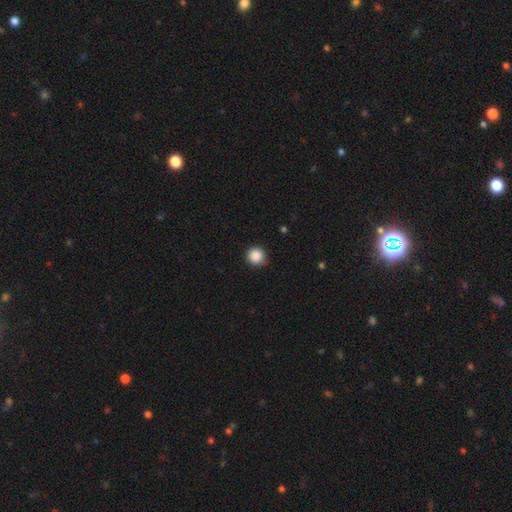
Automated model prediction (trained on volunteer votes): This is clearly a smooth galaxy (88%). How rounded: clearly round (94%). Merging: clearly none (87%).